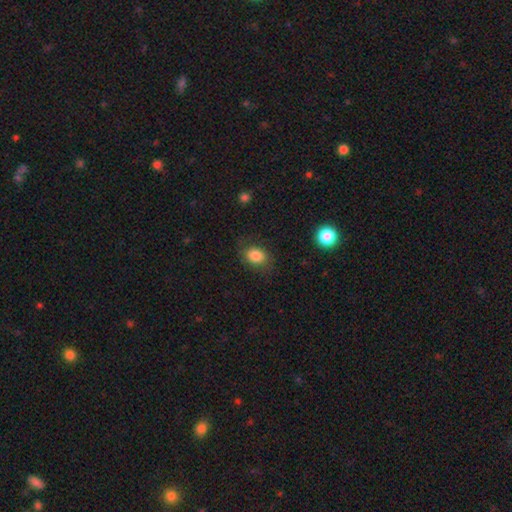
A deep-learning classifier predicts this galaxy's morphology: This appears to be a smooth galaxy with no disk features (83%) that is in between round and cigar-shaped (62%). Merging: none (76%).